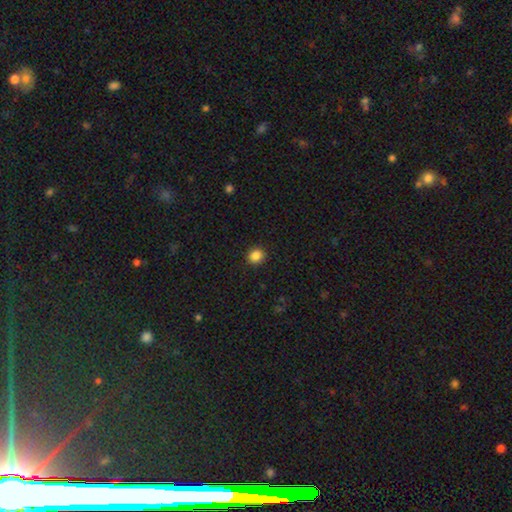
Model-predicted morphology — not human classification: Smooth or featured? Predicted: smooth (p=0.86). How rounded? Predicted: round (p=0.82). Merging? Predicted: none (p=0.92).